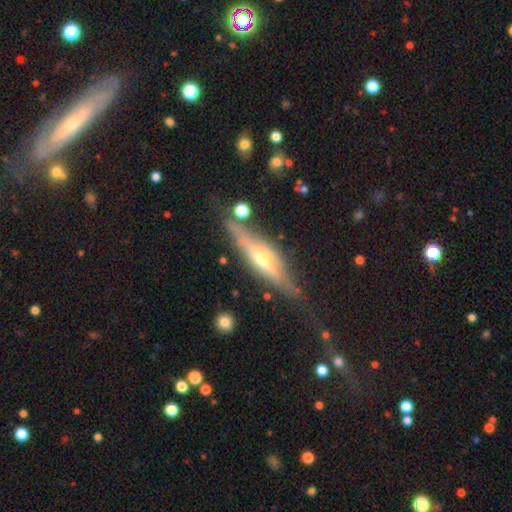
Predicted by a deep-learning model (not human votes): Overall: featured or disk (76%). Edge-on disk: yes (92%). Edge-on bulge: rounded (83%). Merging: none (72%).